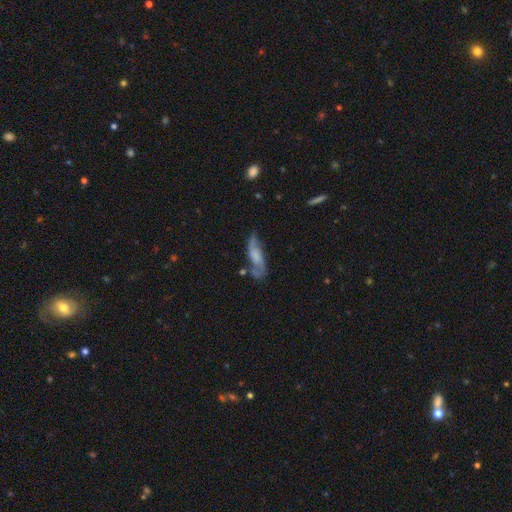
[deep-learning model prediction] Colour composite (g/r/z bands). It shows a featured or disk galaxy (51%). Merging: none (54%).